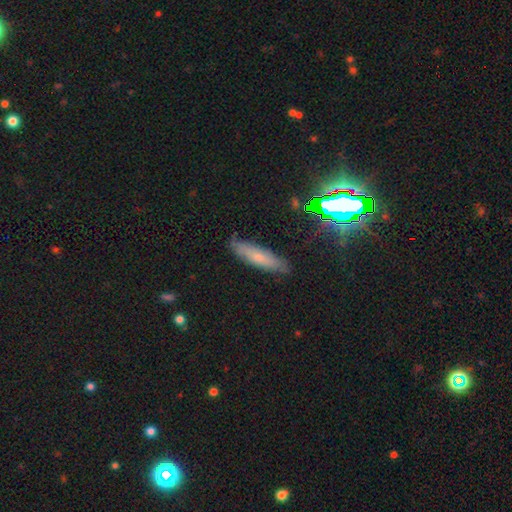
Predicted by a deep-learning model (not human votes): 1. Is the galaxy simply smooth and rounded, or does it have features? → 57% smooth, 28% featured or disk, 16% star or artifact.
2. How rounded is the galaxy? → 72% cigar-shaped, 26% in between, 2% round.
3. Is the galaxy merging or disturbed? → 84% none, 12% minor disturbance, 2% major disturbance, 1% merger.